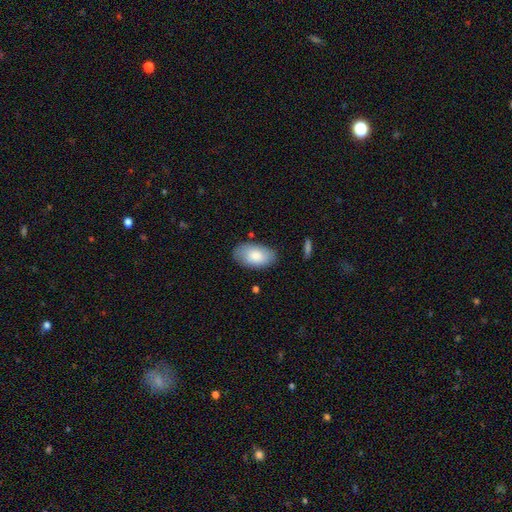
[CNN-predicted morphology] Overall: smooth (82%). How rounded: in between (94%). Merging: none (81%).